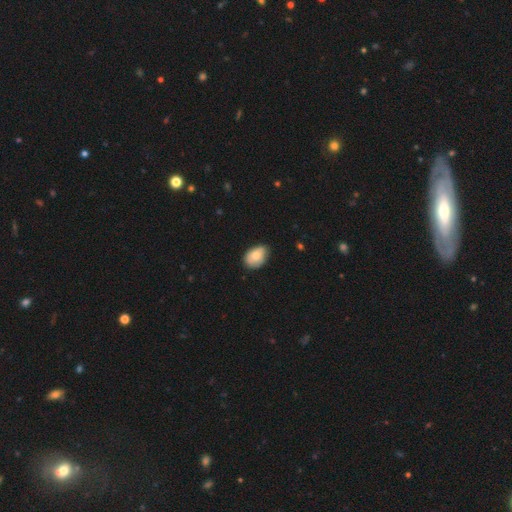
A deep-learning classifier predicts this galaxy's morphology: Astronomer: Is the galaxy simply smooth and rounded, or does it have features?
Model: smooth — 76%.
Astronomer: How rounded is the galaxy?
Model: in between — 83%.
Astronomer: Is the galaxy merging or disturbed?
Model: none — 70%.